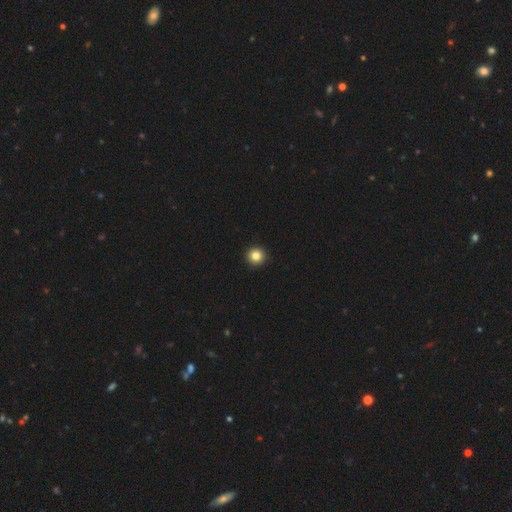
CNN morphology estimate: A smooth galaxy with no disk features (84%) that is round (95%). Merging: none (94%).